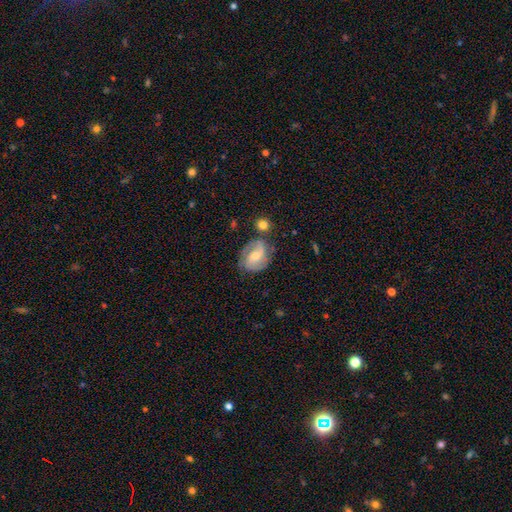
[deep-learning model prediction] Smooth or featured? Predicted: featured or disk (p=0.73). Edge-on disk? Predicted: no (p=0.97). Bar? Predicted: weak (p=0.45). Spiral arms? Predicted: yes (p=0.91). Spiral winding? Predicted: medium (p=0.48). Spiral arm count? Predicted: 2 (p=0.82). Bulge size? Predicted: moderate (p=0.53). Merging? Predicted: none (p=0.67).